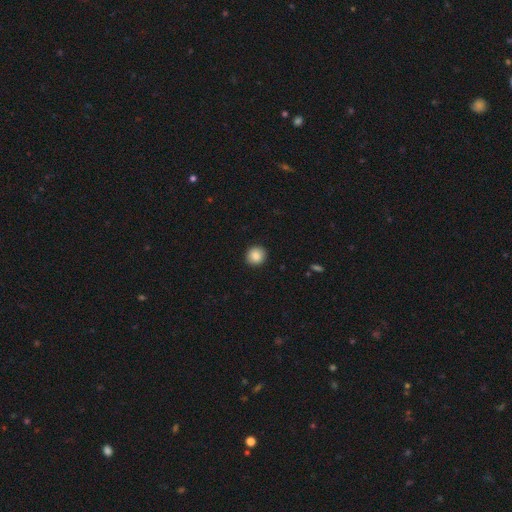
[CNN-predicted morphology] Smooth or featured? smooth (87%)
How rounded? round (90%)
Merging? none (92%)